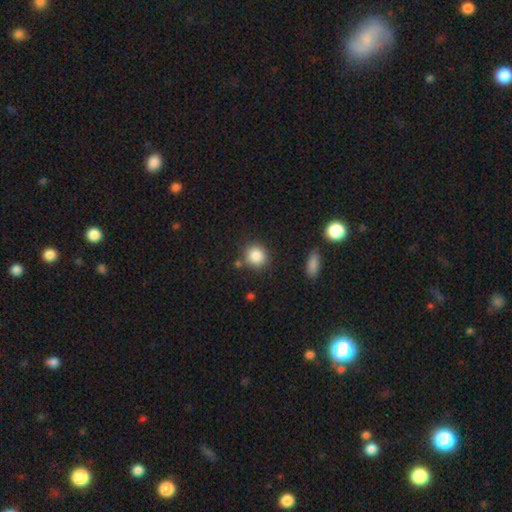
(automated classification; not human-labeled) smooth 87%, star or artifact 9%, featured or disk 5%. Down the decision tree: how rounded — round (83%); merging — none (79%).